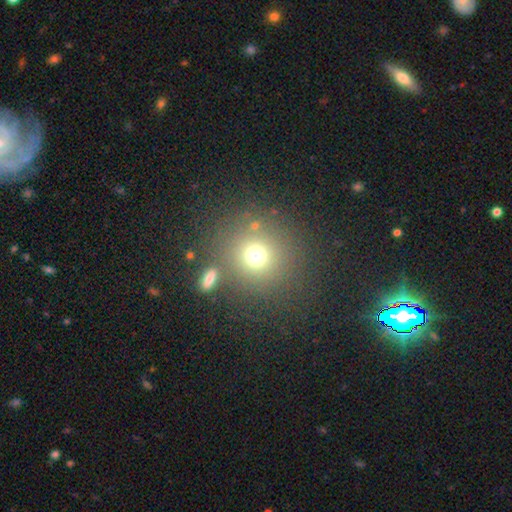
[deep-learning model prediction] Smooth or featured?
  - smooth: 71% *
  - star or artifact: 19%
  - featured or disk: 10%
How rounded?
  - round: 89% *
  - in between: 10%
  - cigar-shaped: 1%
Merging?
  - none: 73% *
  - merger: 13%
  - minor disturbance: 9%
  - major disturbance: 5%